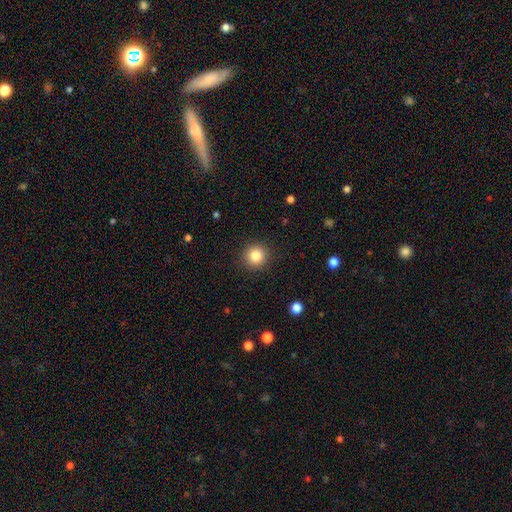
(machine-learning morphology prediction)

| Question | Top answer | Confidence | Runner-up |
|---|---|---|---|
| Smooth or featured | smooth | 84% | star or artifact (10%) |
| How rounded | round | 94% | in between (5%) |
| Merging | none | 91% | minor disturbance (6%) |